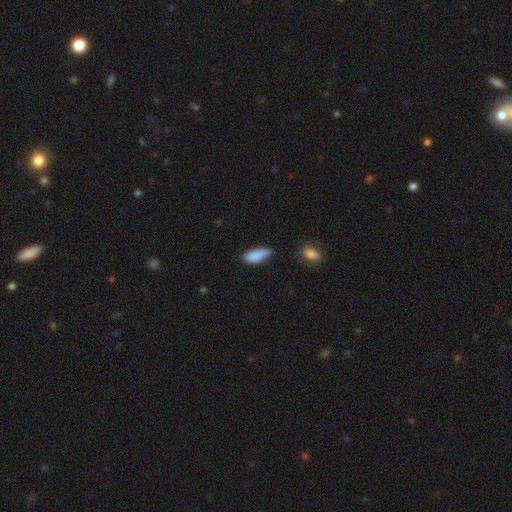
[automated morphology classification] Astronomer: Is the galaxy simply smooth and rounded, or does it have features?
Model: smooth — 86%.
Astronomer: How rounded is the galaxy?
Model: in between — 79%.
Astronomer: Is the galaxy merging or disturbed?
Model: none — 57% (runner-up: minor disturbance, 34%).